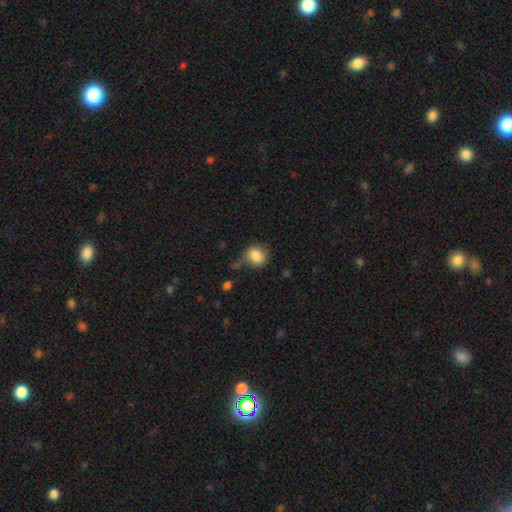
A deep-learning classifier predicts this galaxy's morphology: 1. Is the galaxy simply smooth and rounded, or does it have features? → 85% smooth, 9% star or artifact, 6% featured or disk.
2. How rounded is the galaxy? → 75% round, 24% in between, 1% cigar-shaped.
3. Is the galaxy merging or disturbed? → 55% none, 25% minor disturbance, 12% major disturbance, 8% merger.